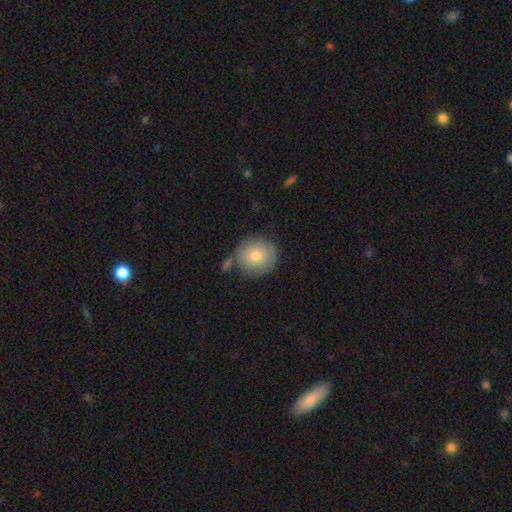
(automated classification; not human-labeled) Smooth or featured? smooth (77%)
How rounded? round (92%)
Merging? none (73%)